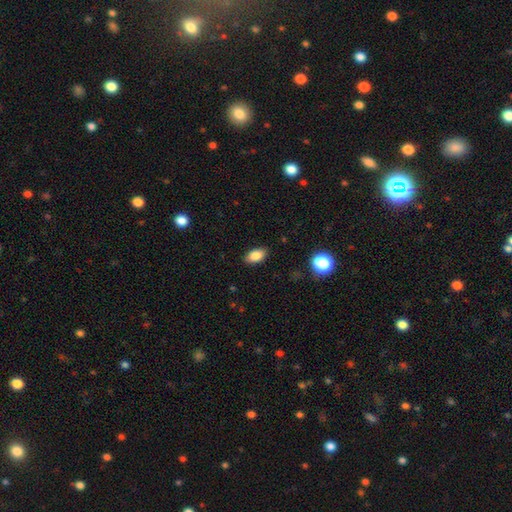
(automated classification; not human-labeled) Smooth or featured: smooth — 85% (star or artifact — 9%)
How rounded: in between — 91% (round — 6%)
Merging: none — 87% (minor disturbance — 9%)